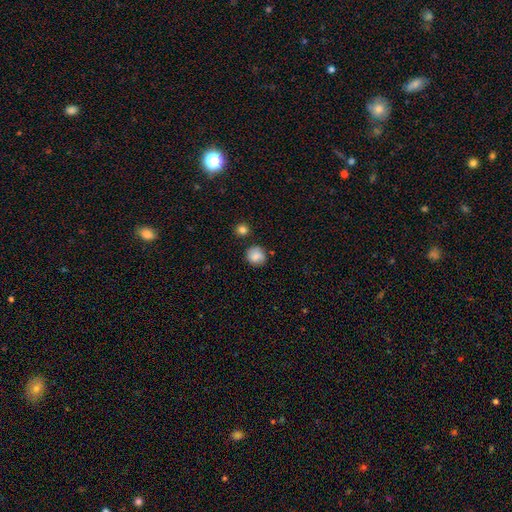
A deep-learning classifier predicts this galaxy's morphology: Smooth or featured? Predicted: smooth (p=0.83). How rounded? Predicted: round (p=0.84). Merging? Predicted: none (p=0.76).